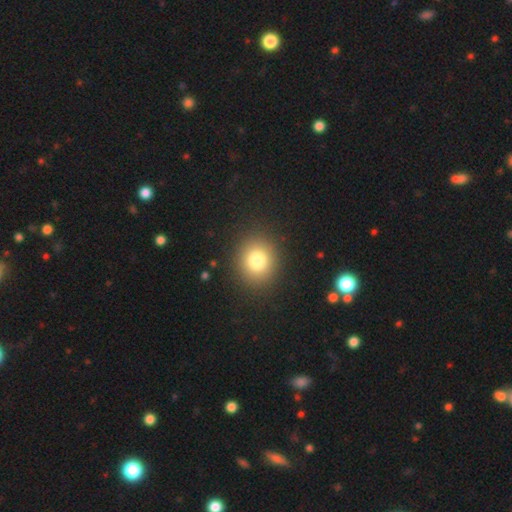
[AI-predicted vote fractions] Overall: smooth (80%). How rounded: round (74%). Merging: none (91%).